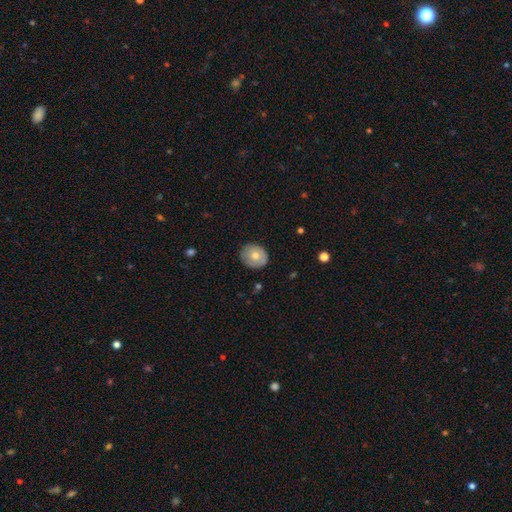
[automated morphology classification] Overall: smooth (67%). How rounded: round (69%; in between 30%). Merging: none (81%).